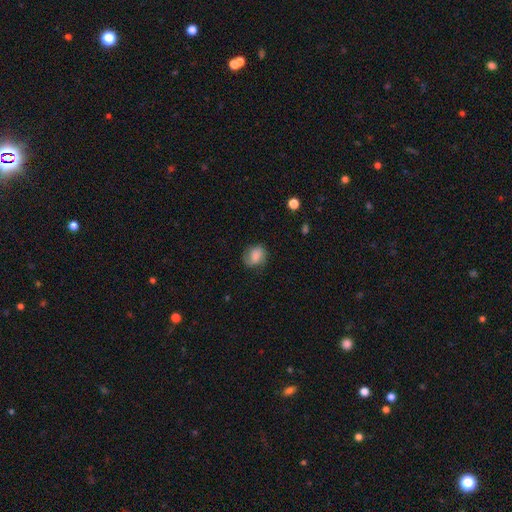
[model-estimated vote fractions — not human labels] The model was most divided on "how rounded": round: 55%, in between: 44%, cigar-shaped: 1%. More confident: smooth or featured — smooth (65%); merging — none (62%).